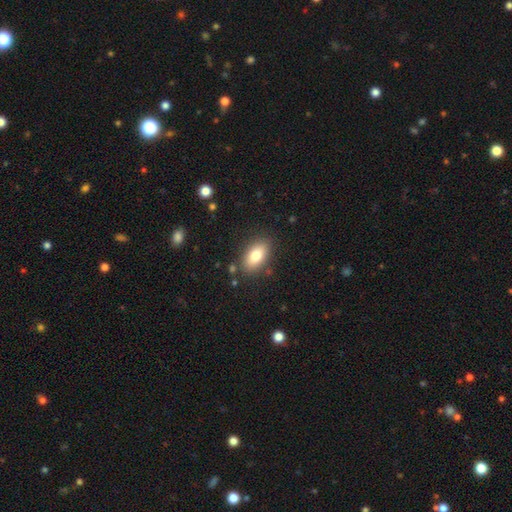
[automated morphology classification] A smooth galaxy with no disk features (79%) that is in between round and cigar-shaped (90%).

Vote fractions:
- Smooth or featured? smooth: 79% / featured or disk: 13% / star or artifact: 8%
- How rounded? in between: 90% / round: 5% / cigar-shaped: 4%
- Merging? none: 84% / minor disturbance: 11% / major disturbance: 3% / merger: 3%